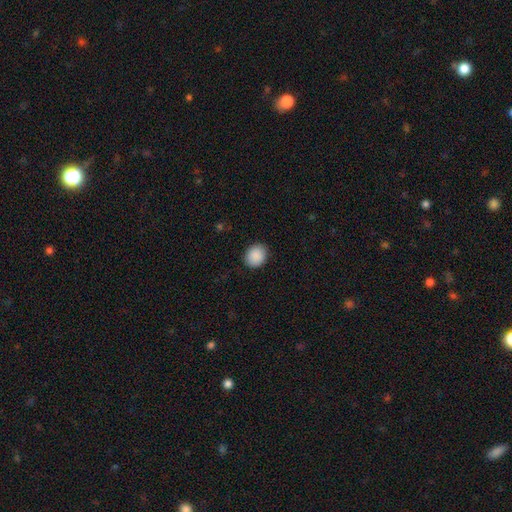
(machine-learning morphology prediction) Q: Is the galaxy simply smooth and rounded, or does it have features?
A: smooth — 90%.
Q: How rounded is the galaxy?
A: round — 67%.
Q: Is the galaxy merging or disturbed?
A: none — 88%.